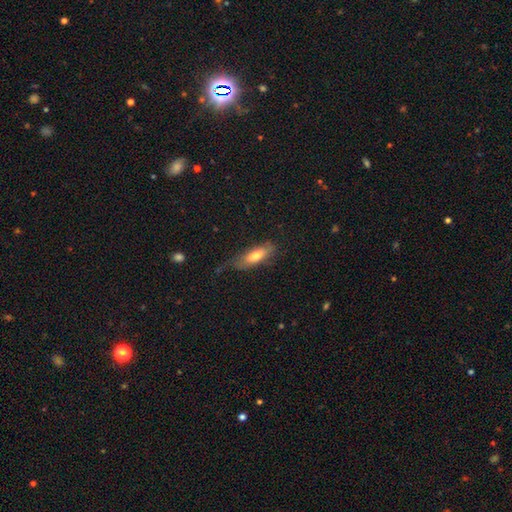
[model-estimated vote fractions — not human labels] Smooth or featured? smooth (70%)
How rounded? in between (60%)
Merging? none (54%)